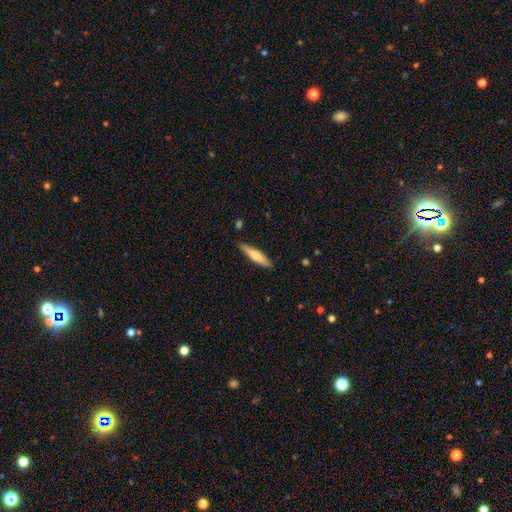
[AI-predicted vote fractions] Smooth or featured: smooth — 69% (featured or disk — 26%)
How rounded: cigar-shaped — 83% (in between — 16%)
Merging: none — 87% (minor disturbance — 10%)